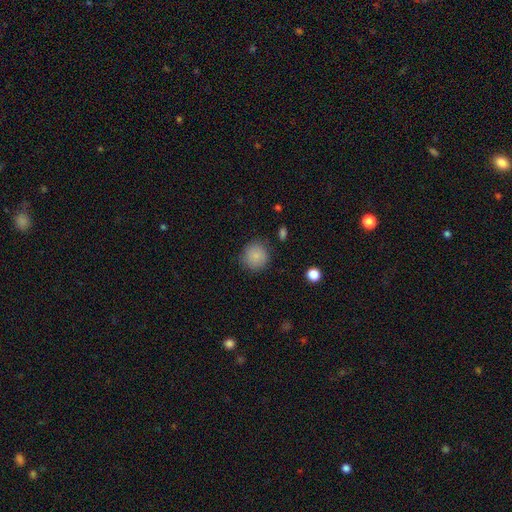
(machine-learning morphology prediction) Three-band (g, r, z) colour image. It shows a smooth galaxy with no disk features (85%) that is round (91%). Merging: none (84%).